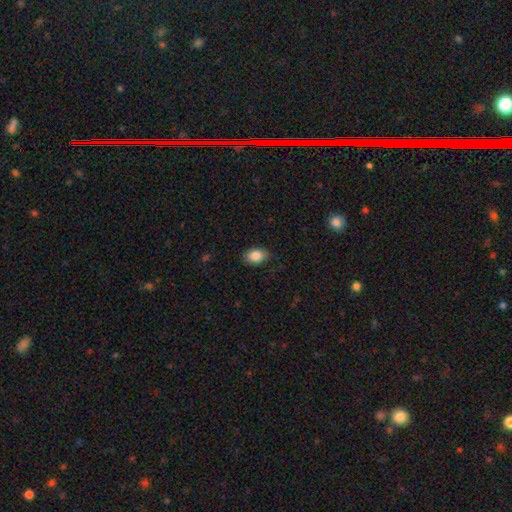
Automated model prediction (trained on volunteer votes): Smooth or featured: smooth — 85% (star or artifact — 8%)
How rounded: in between — 82% (round — 17%)
Merging: none — 84% (minor disturbance — 12%)